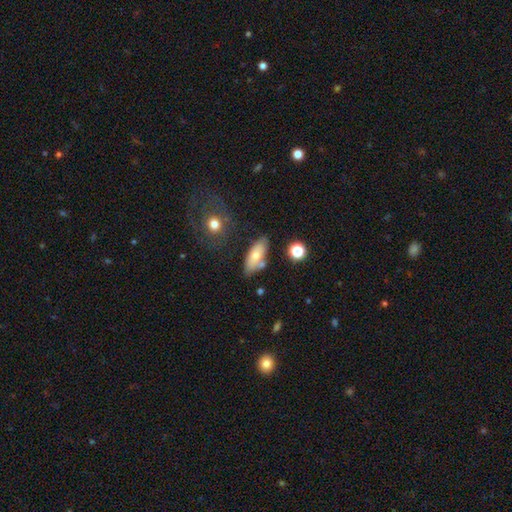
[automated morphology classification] This appears to be a smooth galaxy with no disk features (68%) that is in between round and cigar-shaped (79%). Merging: none (68%).